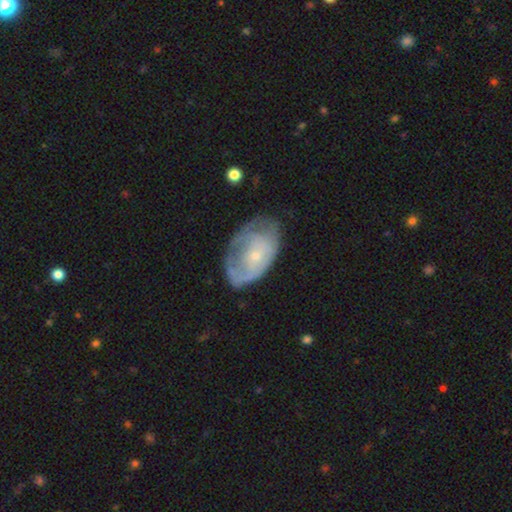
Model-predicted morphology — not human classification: smooth_or_featured: featured or disk (p=0.59) [alt: smooth p=0.35]
disk_edge_on: no (p=0.94) [alt: yes p=0.06]
bar: no (p=0.81) [alt: weak p=0.16]
has_spiral_arms: yes (p=0.57) [alt: no p=0.43]
bulge_size: small (p=0.70) [alt: moderate p=0.25]
merging: none (p=0.47) [alt: minor disturbance p=0.31]